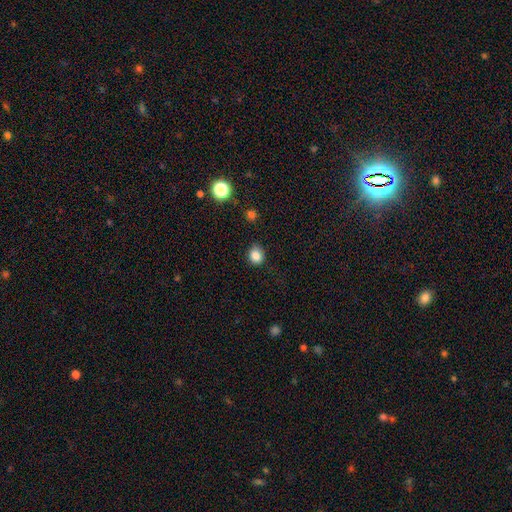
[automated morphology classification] Overall: smooth (85%). How rounded: round (65%; in between 34%). Merging: none (82%).